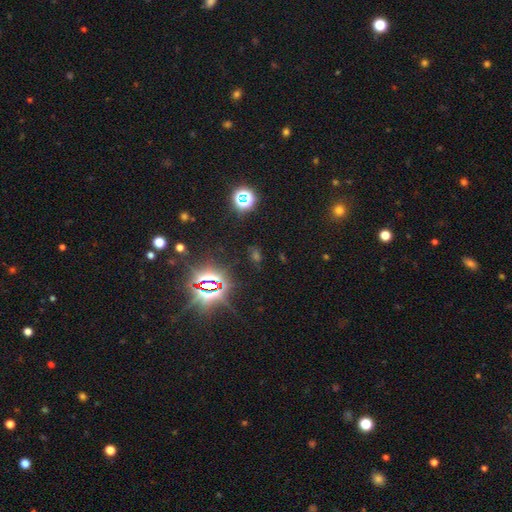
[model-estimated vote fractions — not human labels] Smooth or featured? Predicted: star or artifact (p=0.69).